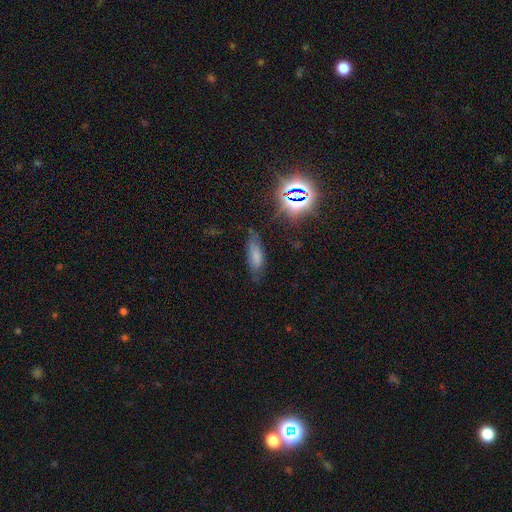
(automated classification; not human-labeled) Smooth or featured?
  - smooth: 66% *
  - star or artifact: 19%
  - featured or disk: 15%
How rounded?
  - in between: 61% *
  - cigar-shaped: 36%
  - round: 3%
Merging?
  - none: 65% *
  - minor disturbance: 24%
  - major disturbance: 8%
  - merger: 3%